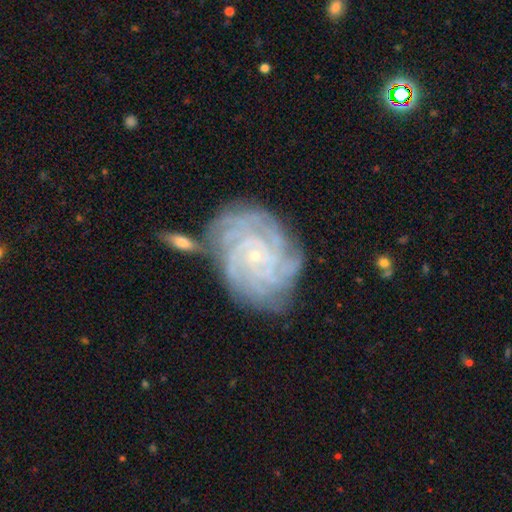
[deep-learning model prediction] Smooth or featured?
  - featured or disk: 89% *
  - star or artifact: 6%
  - smooth: 5%
Edge-on disk?
  - no: 98% *
  - yes: 2%
Bar?
  - no: 74% *
  - weak: 20%
  - strong: 6%
Spiral arms?
  - yes: 98% *
  - no: 2%
Spiral winding?
  - tight: 83% *
  - medium: 14%
  - loose: 3%
Spiral arm count?
  - 4: 27% *
  - more than 4: 26%
  - can't tell: 19%
  - 3: 11%
  - 2: 8%
  - 1: 7%
Bulge size?
  - small: 88% *
  - moderate: 8%
  - none: 2%
  - large: 1%
  - dominant: 1%
Merging?
  - none: 68% *
  - minor disturbance: 17%
  - merger: 8%
  - major disturbance: 7%